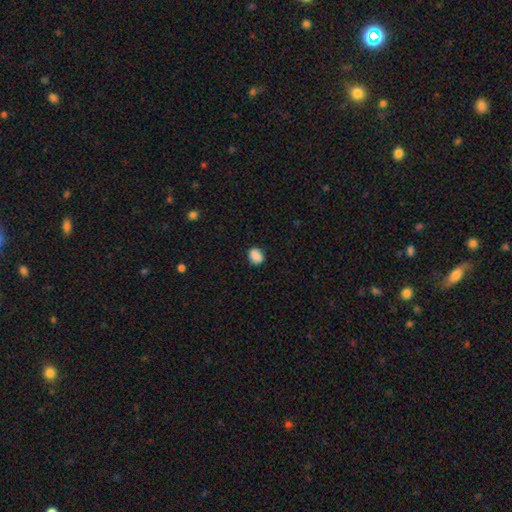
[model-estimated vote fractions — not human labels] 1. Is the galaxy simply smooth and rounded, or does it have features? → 86% smooth, 9% star or artifact, 5% featured or disk.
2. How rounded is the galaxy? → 60% in between, 39% round, 1% cigar-shaped.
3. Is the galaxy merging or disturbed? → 81% none, 15% minor disturbance, 3% major disturbance, 2% merger.